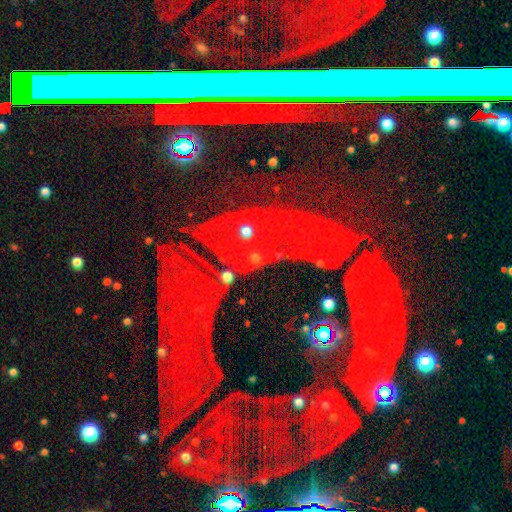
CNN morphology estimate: A star or artifact, not a galaxy (74%).

Vote fractions:
- Smooth or featured? star or artifact: 74% / featured or disk: 16% / smooth: 10%